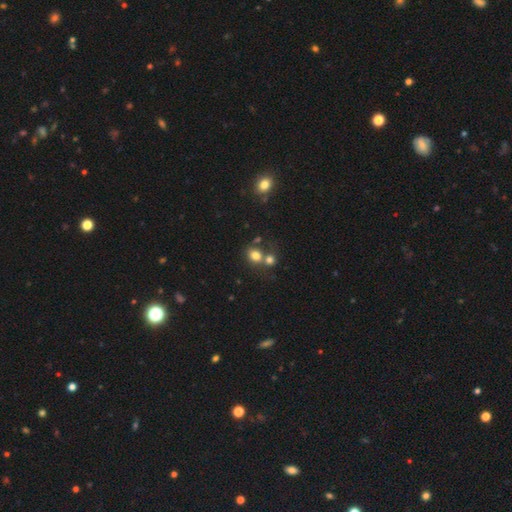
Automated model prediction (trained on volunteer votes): This appears to be a smooth galaxy with no disk features (77%) that is round (66%). Merging: merger (43%).